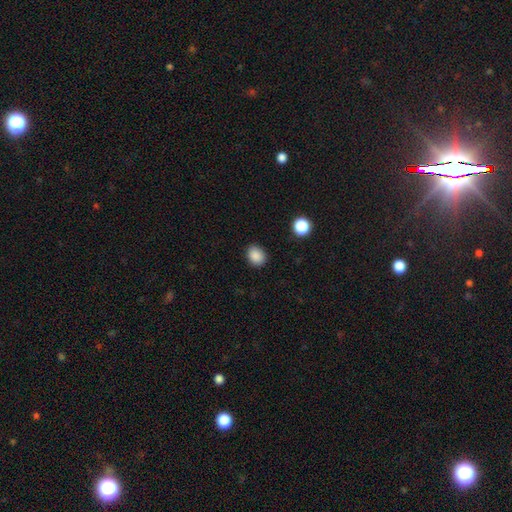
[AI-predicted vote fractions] Smooth or featured: smooth — 87% (star or artifact — 10%)
How rounded: round — 50% (in between — 49%)
Merging: none — 87% (minor disturbance — 9%)